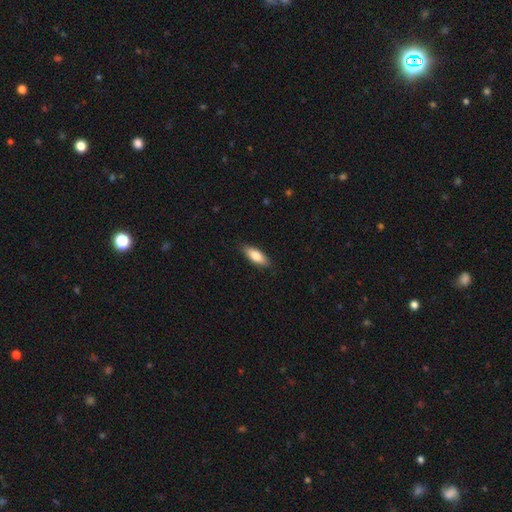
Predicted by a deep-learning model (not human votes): This is clearly a smooth galaxy (80%). How rounded: likely in between (67%). Merging: clearly none (87%).